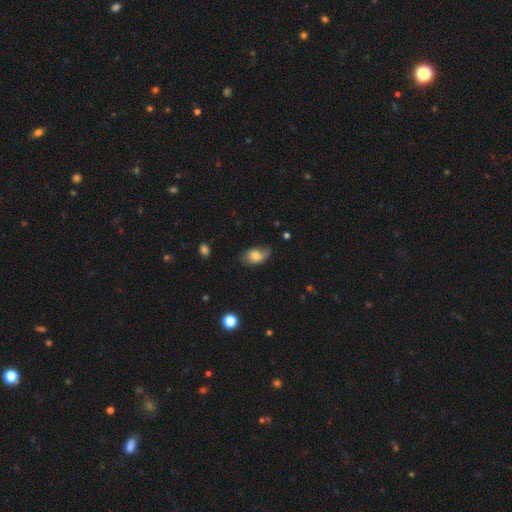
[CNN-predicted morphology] A smooth galaxy with no disk features (72%) that is in between round and cigar-shaped (85%). Merging: none (54%).